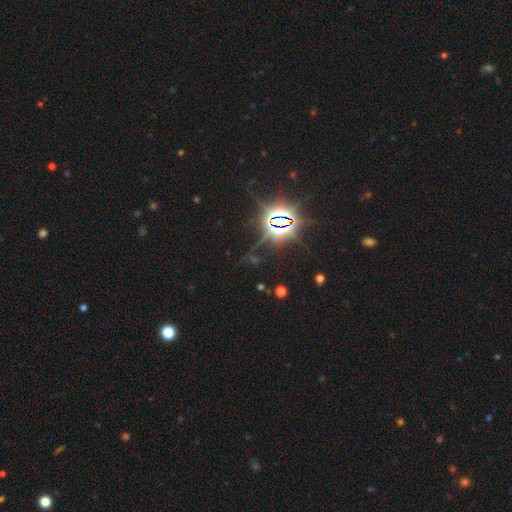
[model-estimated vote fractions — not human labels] A star or artifact, not a galaxy (87%).

Vote fractions:
- Smooth or featured? star or artifact: 87% / smooth: 8% / featured or disk: 6%